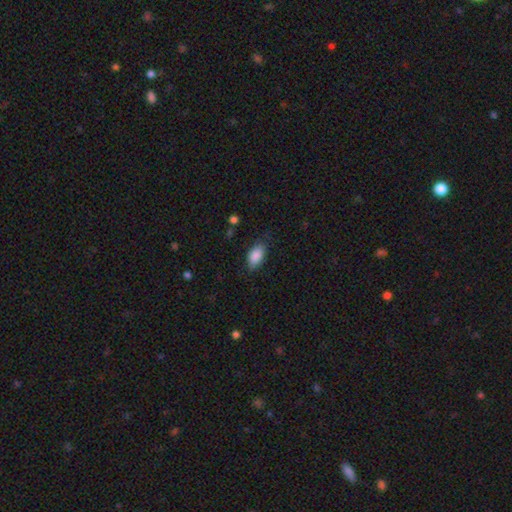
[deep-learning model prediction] smooth 88%, star or artifact 7%, featured or disk 5%. Down the decision tree: how rounded — in between (92%); merging — none (76%).